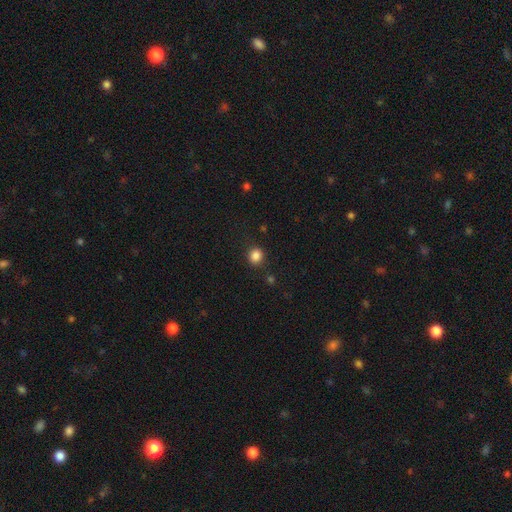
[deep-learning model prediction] smooth_or_featured: smooth (p=0.85) [alt: star or artifact p=0.12]
how_rounded: round (p=0.82) [alt: in between p=0.17]
merging: none (p=0.86) [alt: minor disturbance p=0.09]